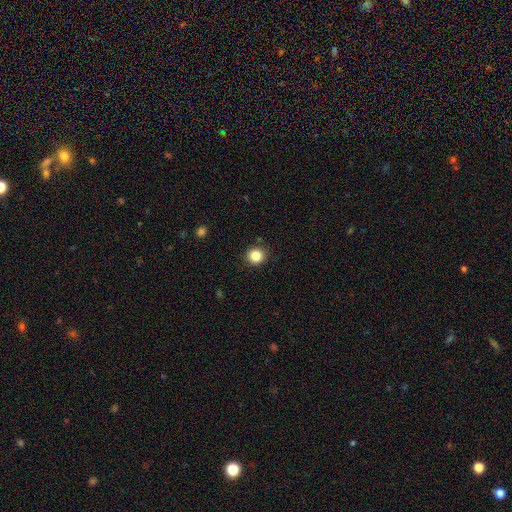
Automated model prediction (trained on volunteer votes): smooth-or-featured: smooth: 85% | star or artifact: 11% | featured or disk: 4%
  how-rounded: round: 90% | in between: 9% | cigar-shaped: 1%
  merging: none: 90% | minor disturbance: 7% | major disturbance: 2% | merger: 1%